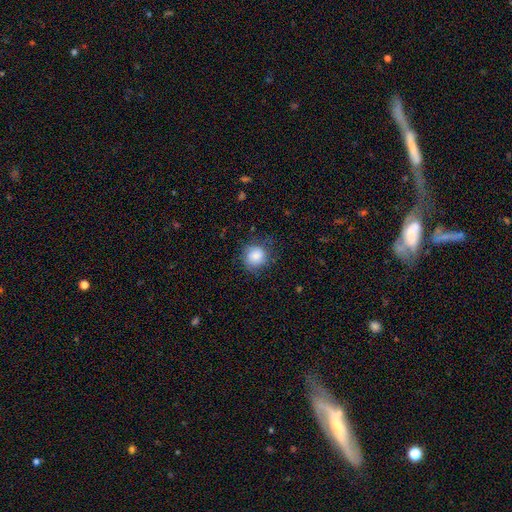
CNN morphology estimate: Smooth or featured? Predicted: smooth (p=0.81). How rounded? Predicted: round (p=0.85). Merging? Predicted: none (p=0.71).